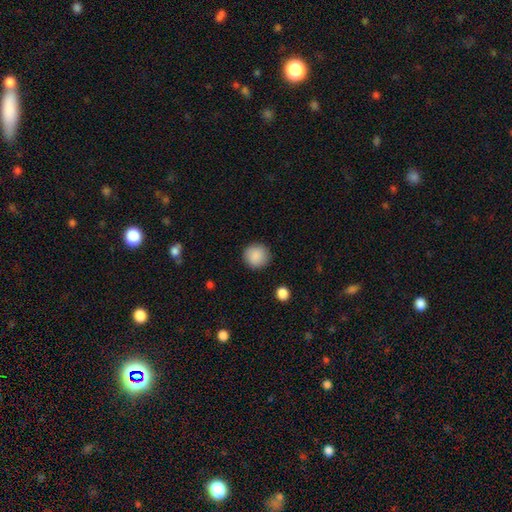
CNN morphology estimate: A smooth galaxy with no disk features (89%) that is round (95%). Merging: none (91%).